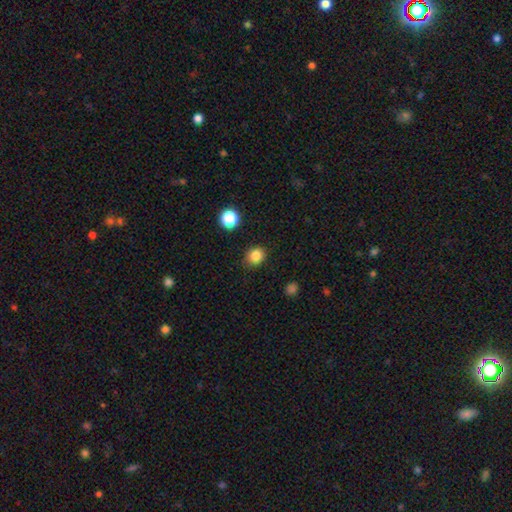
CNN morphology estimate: A smooth galaxy with no disk features (84%) that is round (74%). Merging: none (86%).